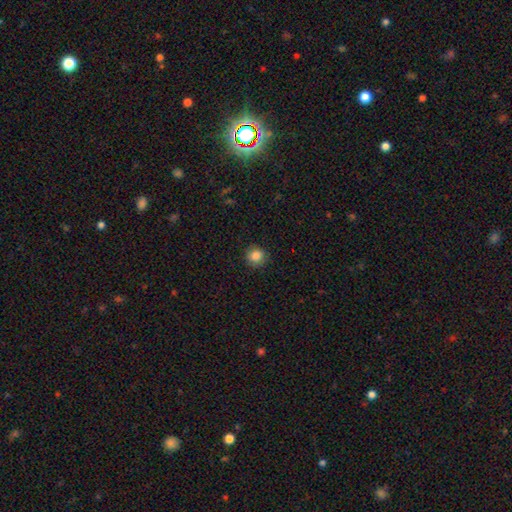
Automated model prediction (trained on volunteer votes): Smooth or featured?
  - smooth: 85% *
  - star or artifact: 10%
  - featured or disk: 4%
How rounded?
  - round: 90% *
  - in between: 9%
  - cigar-shaped: 1%
Merging?
  - none: 88% *
  - minor disturbance: 9%
  - major disturbance: 2%
  - merger: 1%